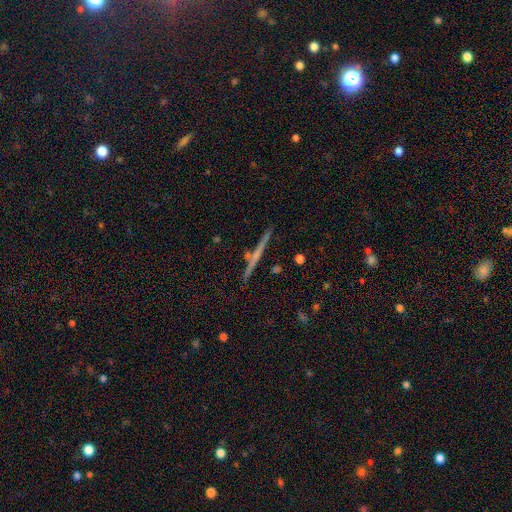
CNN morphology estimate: The model was most divided on "edge-on bulge": none: 63%, rounded: 29%, boxy: 8%. More confident: edge-on disk — yes (98%); merging — none (88%); smooth or featured — featured or disk (65%).